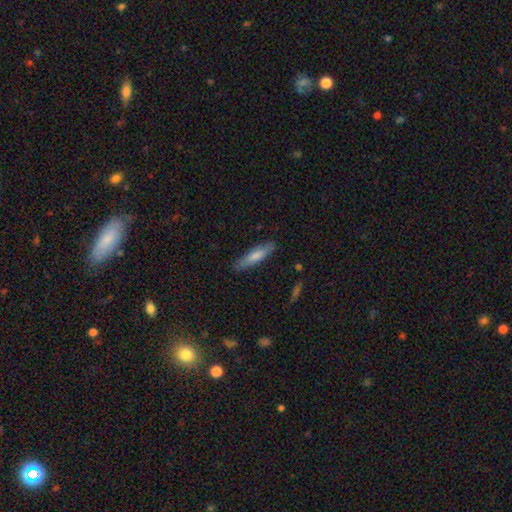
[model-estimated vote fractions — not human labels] This is likely a smooth galaxy (73%). How rounded: likely cigar-shaped (78%). Merging: clearly none (85%).